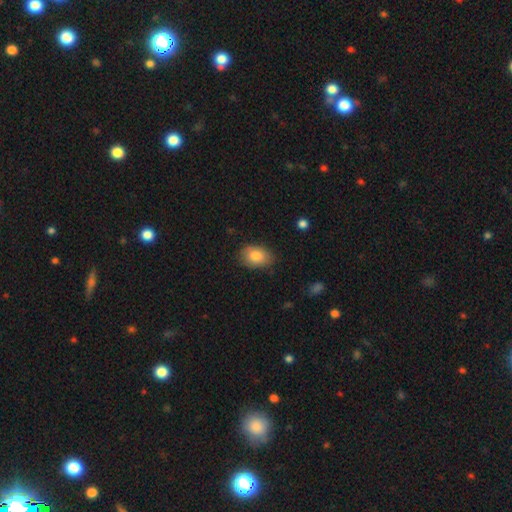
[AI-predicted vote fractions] Q: Smooth or featured?
A: smooth (82%); runner-up: featured or disk (10%)
Q: How rounded?
A: in between (82%); runner-up: round (17%)
Q: Merging?
A: none (77%); runner-up: minor disturbance (18%)